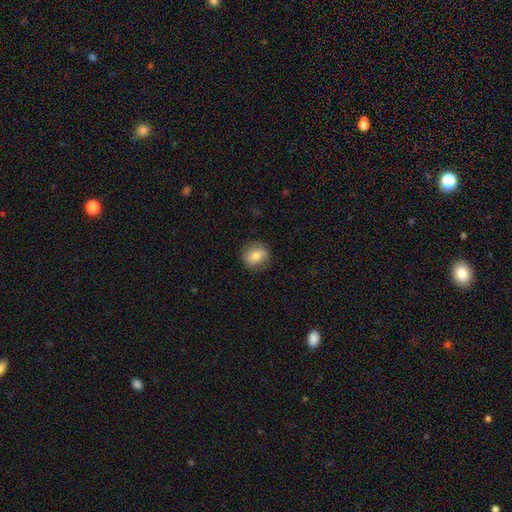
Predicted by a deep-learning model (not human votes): Smooth or featured: smooth — 74% (featured or disk — 18%)
How rounded: round — 79% (in between — 20%)
Merging: none — 82% (minor disturbance — 13%)